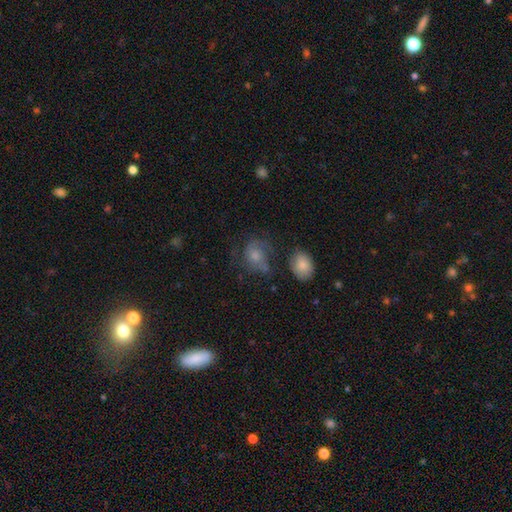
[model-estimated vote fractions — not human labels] A featured or disk galaxy (46%).

Vote fractions:
- Smooth or featured? featured or disk: 46% / smooth: 41% / star or artifact: 12%
- Merging? none: 46% / major disturbance: 24% / minor disturbance: 22% / merger: 8%